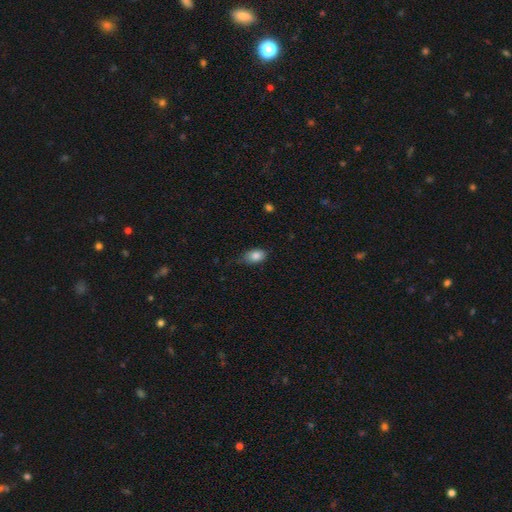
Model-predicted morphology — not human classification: Smooth or featured? Predicted: smooth (p=0.85). How rounded? Predicted: in between (p=0.85). Merging? Predicted: none (p=0.61).